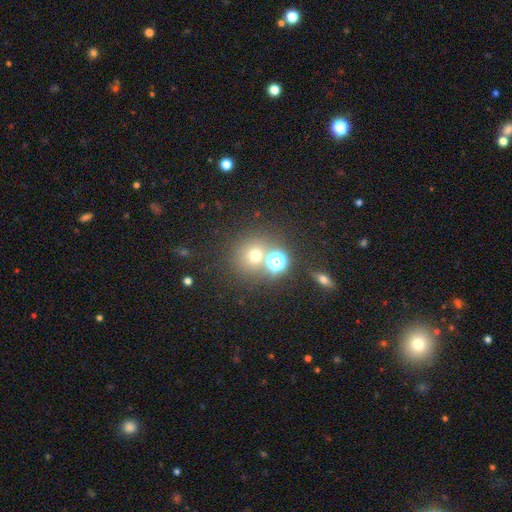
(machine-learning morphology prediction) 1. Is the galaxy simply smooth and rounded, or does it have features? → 63% smooth, 27% star or artifact, 11% featured or disk.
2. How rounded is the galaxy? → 87% round, 12% in between, 1% cigar-shaped.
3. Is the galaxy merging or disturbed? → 66% none, 22% merger, 8% minor disturbance, 4% major disturbance.